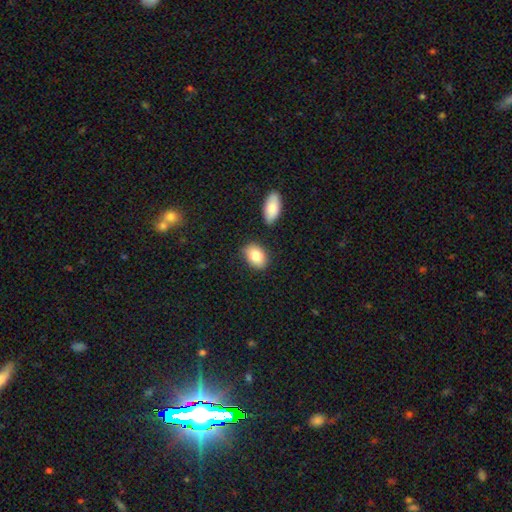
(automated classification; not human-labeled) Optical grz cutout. It shows a smooth galaxy with no disk features (83%) that is in between round and cigar-shaped (82%). Merging: none (80%).